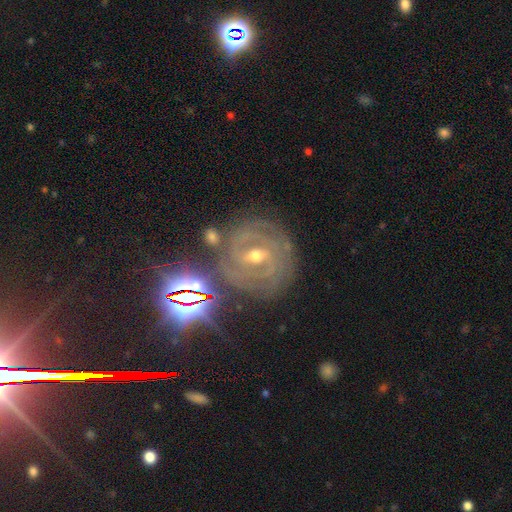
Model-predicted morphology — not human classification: featured or disk 75%, star or artifact 17%, smooth 8%. Down the decision tree: edge-on disk — no (96%); bar — weak (46%); spiral arms — yes (92%); spiral arm count — can't tell (34%); spiral winding — tight (79%); bulge size — moderate (48%, tied with small); merging — none (77%).